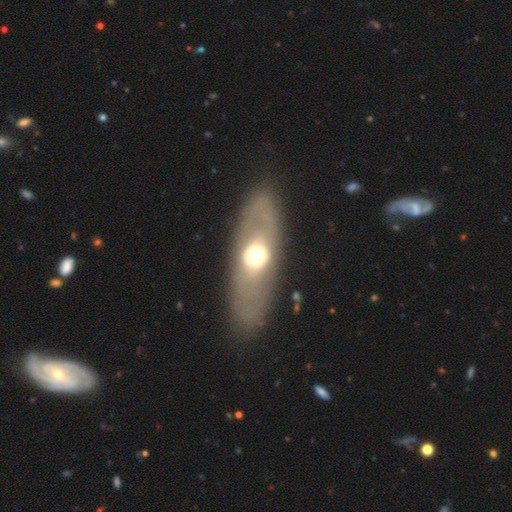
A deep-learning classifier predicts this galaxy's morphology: This appears to be a featured or disk galaxy (53%). Merging: none (82%).